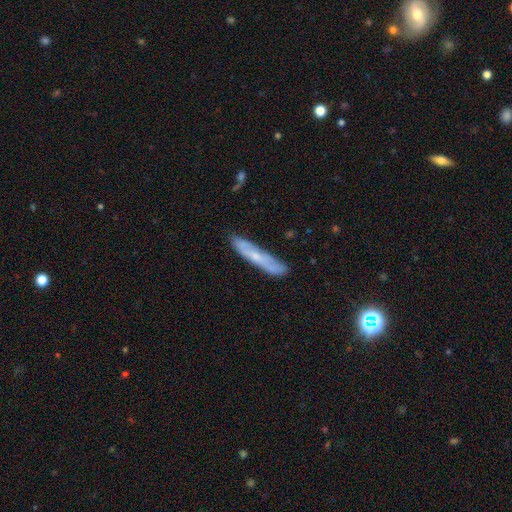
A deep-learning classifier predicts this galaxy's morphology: Smooth or featured?
  - smooth: 49% *
  - featured or disk: 44%
  - star or artifact: 7%
Merging?
  - none: 77% *
  - minor disturbance: 17%
  - major disturbance: 3%
  - merger: 2%